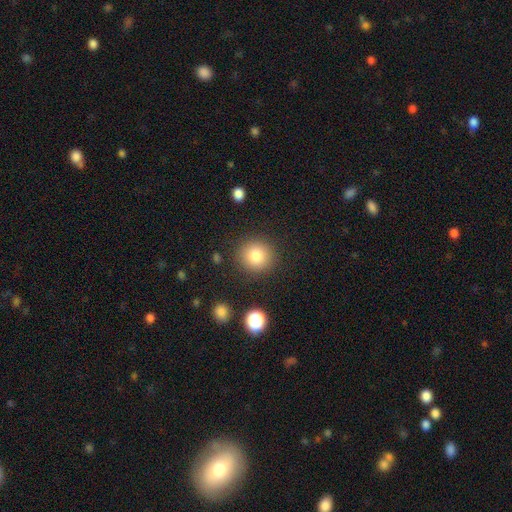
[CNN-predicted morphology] This is clearly a smooth galaxy (82%). How rounded: clearly round (90%). Merging: clearly none (87%).